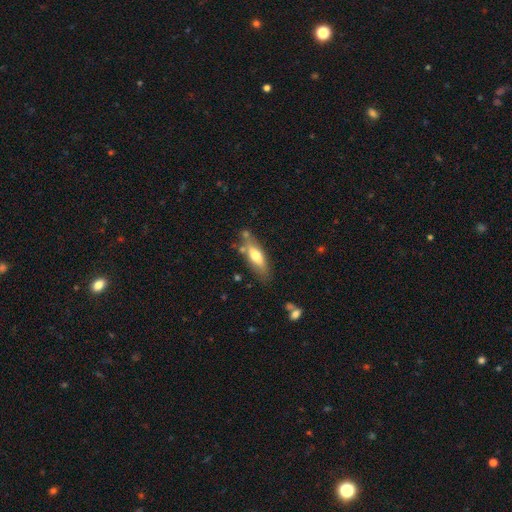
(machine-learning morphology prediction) Overall: smooth (60%; featured or disk 33%). How rounded: in between (56%; cigar-shaped 41%). Merging: none (66%).